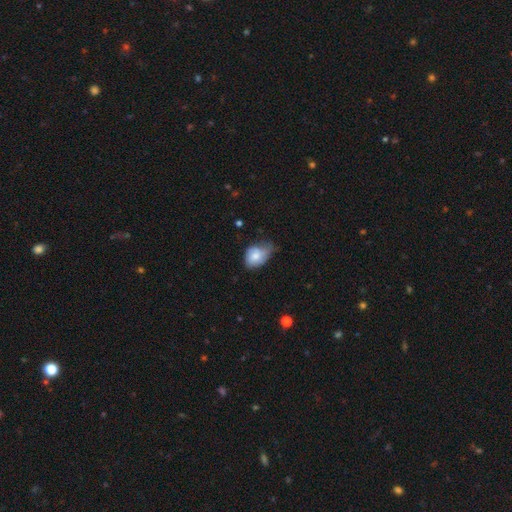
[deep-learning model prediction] Smooth or featured?
  - smooth: 70% *
  - featured or disk: 23%
  - star or artifact: 8%
How rounded?
  - in between: 72% *
  - round: 26%
  - cigar-shaped: 1%
Merging?
  - minor disturbance: 49% *
  - none: 24%
  - major disturbance: 23%
  - merger: 4%